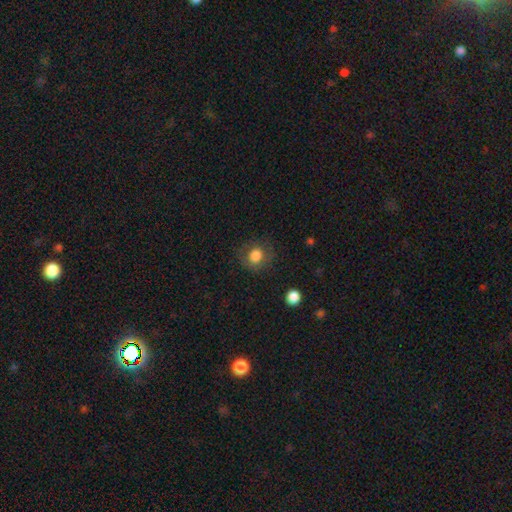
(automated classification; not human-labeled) smooth_or_featured: smooth (p=0.80) [alt: featured or disk p=0.10]
how_rounded: round (p=0.81) [alt: in between p=0.18]
merging: none (p=0.77) [alt: minor disturbance p=0.14]